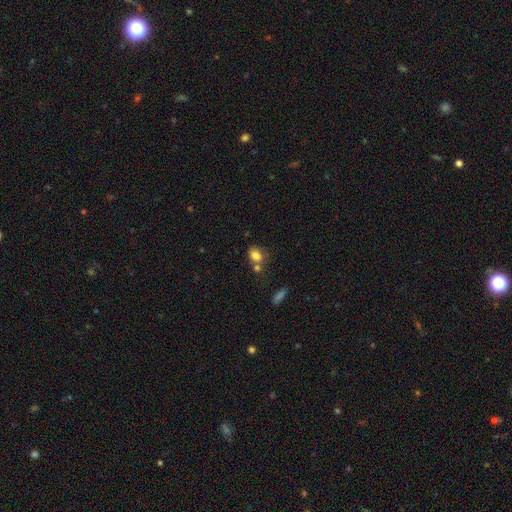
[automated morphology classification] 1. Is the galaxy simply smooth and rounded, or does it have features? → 80% smooth, 10% star or artifact, 9% featured or disk.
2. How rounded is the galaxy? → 68% in between, 30% round, 2% cigar-shaped.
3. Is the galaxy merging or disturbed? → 50% none, 27% merger, 17% minor disturbance, 6% major disturbance.